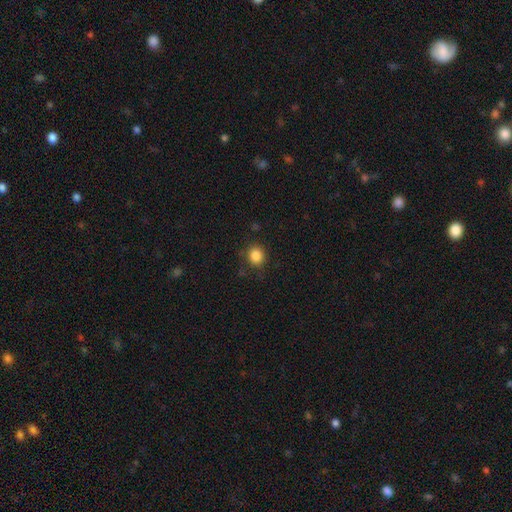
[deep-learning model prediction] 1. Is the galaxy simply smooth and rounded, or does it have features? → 85% smooth, 11% star or artifact, 4% featured or disk.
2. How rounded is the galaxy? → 80% round, 19% in between, 1% cigar-shaped.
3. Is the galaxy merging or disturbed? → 84% none, 11% minor disturbance, 3% major disturbance, 1% merger.